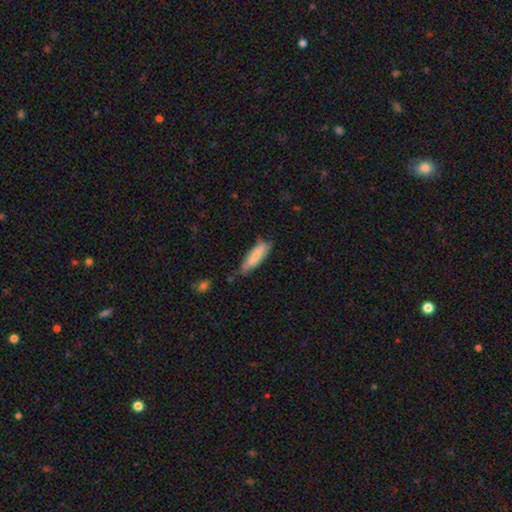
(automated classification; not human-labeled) smooth-or-featured: smooth: 72% | featured or disk: 22% | star or artifact: 6%
  how-rounded: cigar-shaped: 51% | in between: 47% | round: 2%
  merging: none: 54% | minor disturbance: 35% | major disturbance: 8% | merger: 4%